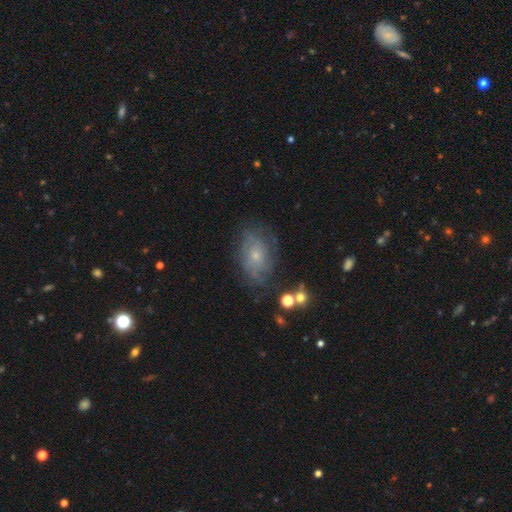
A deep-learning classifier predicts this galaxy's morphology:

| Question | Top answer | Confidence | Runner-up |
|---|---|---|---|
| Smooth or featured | featured or disk | 60% | smooth (29%) |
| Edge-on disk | no | 95% | yes (5%) |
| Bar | no | 82% | weak (16%) |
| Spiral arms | yes | 77% | no (23%) |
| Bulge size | small | 70% | moderate (25%) |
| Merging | none | 66% | minor disturbance (21%) |